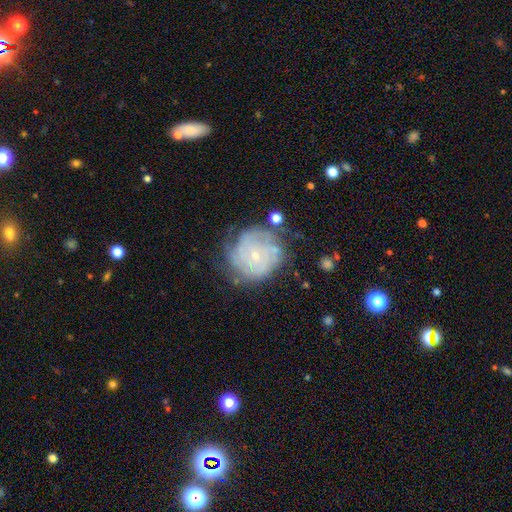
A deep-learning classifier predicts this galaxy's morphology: A featured or disk galaxy (76%) with no bar (76%), tight (74%) spiral arms (89%) and a small central bulge (80%).

Vote fractions:
- Smooth or featured? featured or disk: 76% / smooth: 16% / star or artifact: 8%
- Edge-on disk? no: 98% / yes: 2%
- Bar? no: 76% / weak: 20% / strong: 4%
- Spiral arms? yes: 89% / no: 11%
- Spiral winding? tight: 74% / medium: 20% / loose: 6%
- Spiral arm count? can't tell: 44% / 4: 17% / 3: 15% / 2: 11% / more than 4: 7% / 1: 6%
- Bulge size? small: 80% / moderate: 15% / none: 2% / large: 1% / dominant: 1%
- Merging? none: 63% / minor disturbance: 22% / major disturbance: 11% / merger: 4%